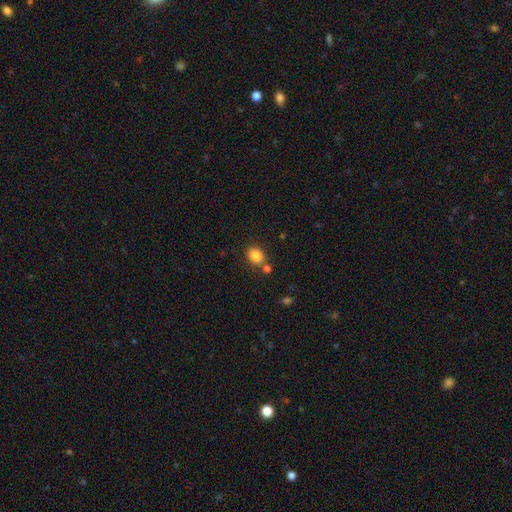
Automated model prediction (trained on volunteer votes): Smooth or featured? Predicted: smooth (p=0.84). How rounded? Predicted: in between (p=0.63). Merging? Predicted: none (p=0.72).